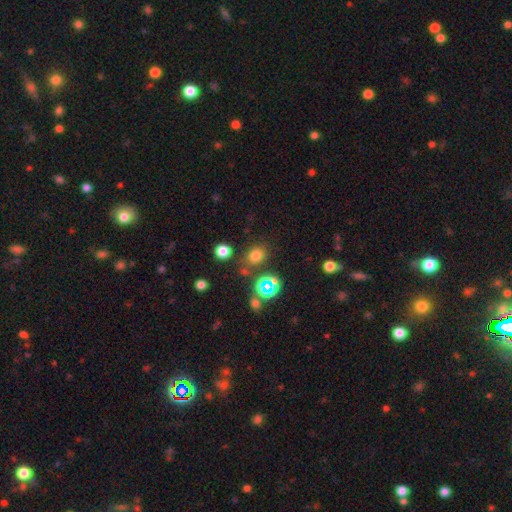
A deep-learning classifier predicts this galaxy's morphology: Smooth or featured? smooth (70%)
How rounded? round (58%)
Merging? none (74%)